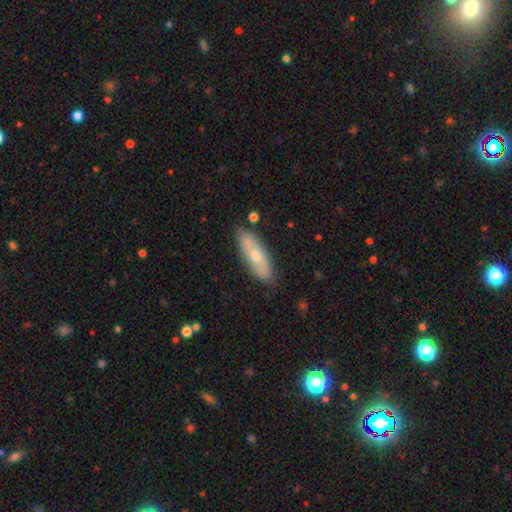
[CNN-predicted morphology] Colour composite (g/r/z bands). It shows a smooth galaxy with no disk features (55%) that is in between round and cigar-shaped (56%). Merging: none (78%).